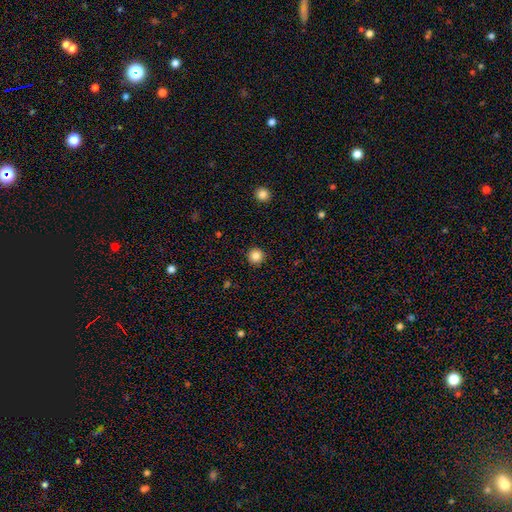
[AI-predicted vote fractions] Overall: smooth (84%). How rounded: round (96%). Merging: none (92%).